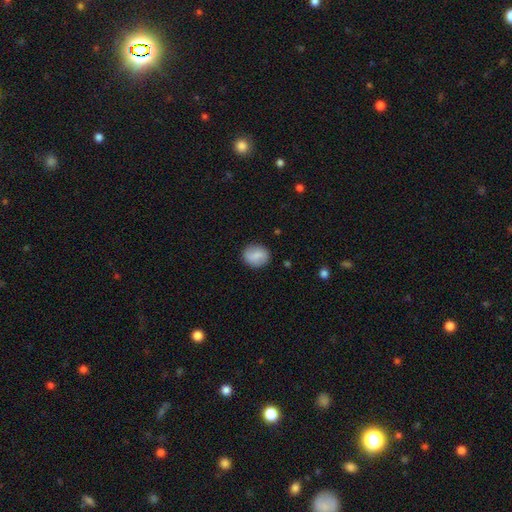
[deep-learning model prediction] smooth 76%, featured or disk 17%, star or artifact 7%. Down the decision tree: how rounded — round (70%); merging — none (85%).